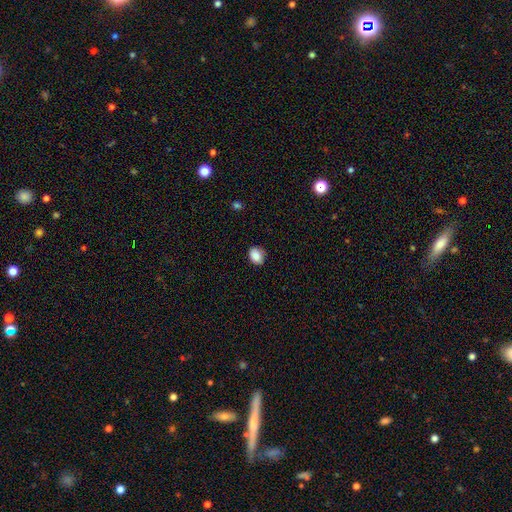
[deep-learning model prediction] Overall: smooth (88%). How rounded: in between (60%; round 39%). Merging: none (83%).